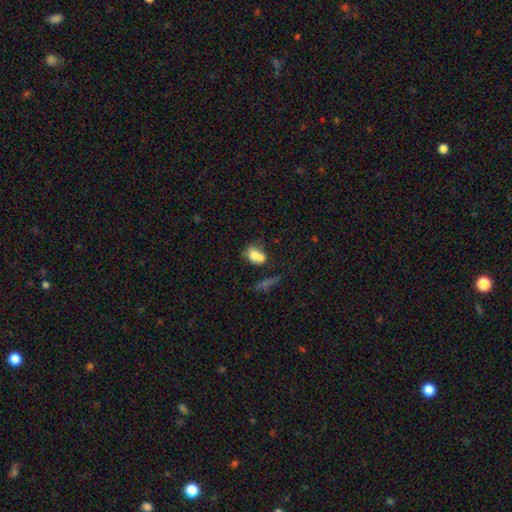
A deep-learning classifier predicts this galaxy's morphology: Smooth or featured? Predicted: smooth (p=0.74). How rounded? Predicted: in between (p=0.70). Merging? Predicted: merger (p=0.36).